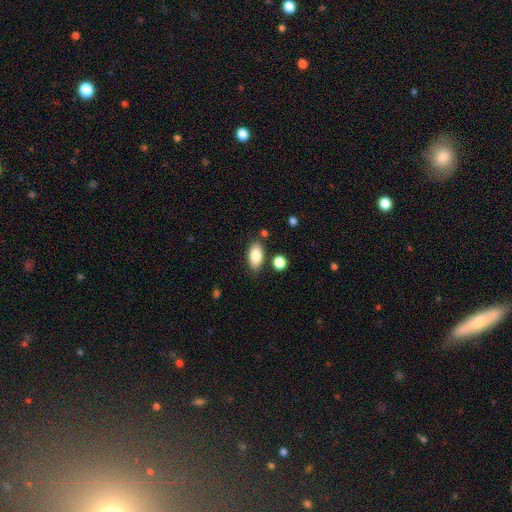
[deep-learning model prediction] This is clearly a smooth galaxy (84%). How rounded: clearly in between (90%). Merging: clearly none (80%).